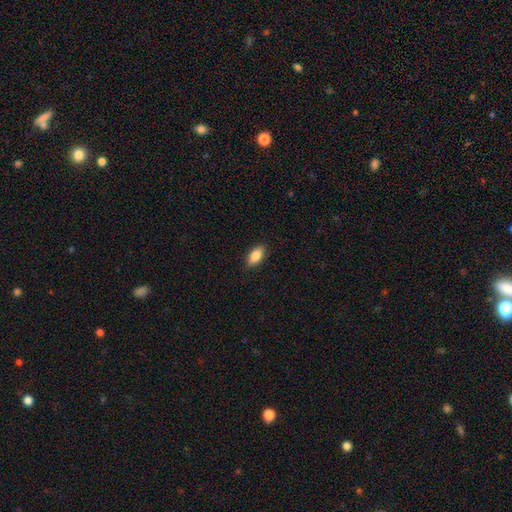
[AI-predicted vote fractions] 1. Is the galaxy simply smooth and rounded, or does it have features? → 87% smooth, 7% star or artifact, 6% featured or disk.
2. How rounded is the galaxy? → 90% in between, 7% cigar-shaped, 3% round.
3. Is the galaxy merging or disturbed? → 89% none, 8% minor disturbance, 2% major disturbance, 1% merger.